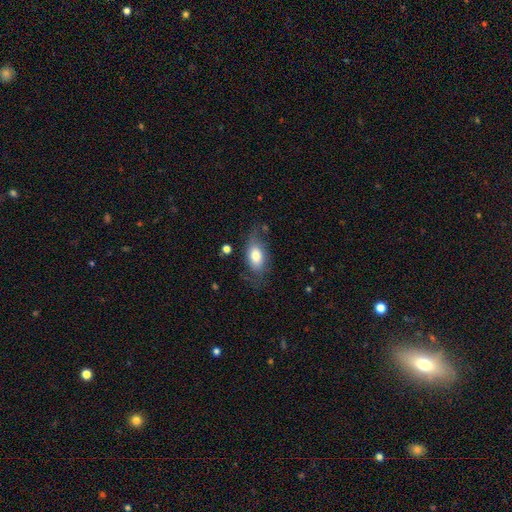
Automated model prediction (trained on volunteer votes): Q: Smooth or featured?
A: smooth (73%); runner-up: featured or disk (20%)
Q: How rounded?
A: in between (89%); runner-up: round (6%)
Q: Merging?
A: none (62%); runner-up: minor disturbance (24%)